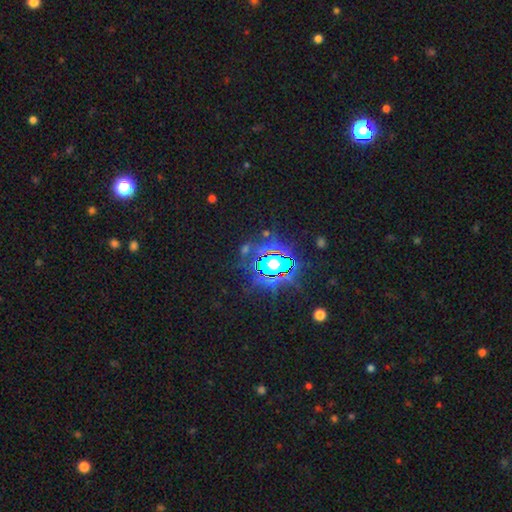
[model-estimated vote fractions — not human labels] Smooth or featured: star or artifact — 83% (smooth — 10%)